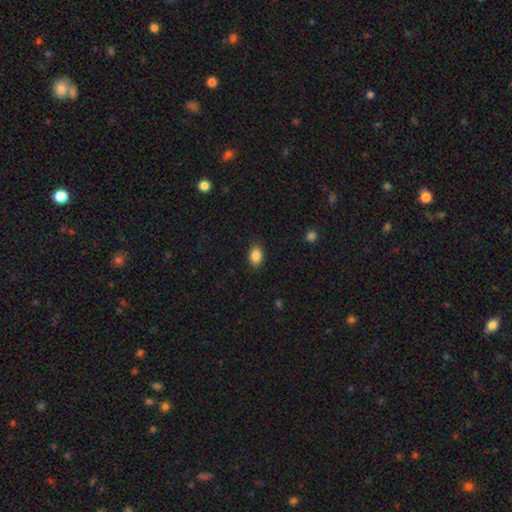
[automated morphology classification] Smooth or featured? Predicted: smooth (p=0.87). How rounded? Predicted: in between (p=0.76). Merging? Predicted: none (p=0.86).